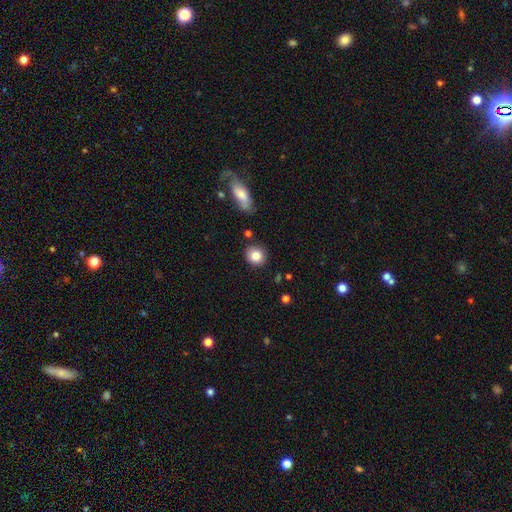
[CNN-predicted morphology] Smooth or featured? Predicted: smooth (p=0.83). How rounded? Predicted: round (p=0.83). Merging? Predicted: none (p=0.86).